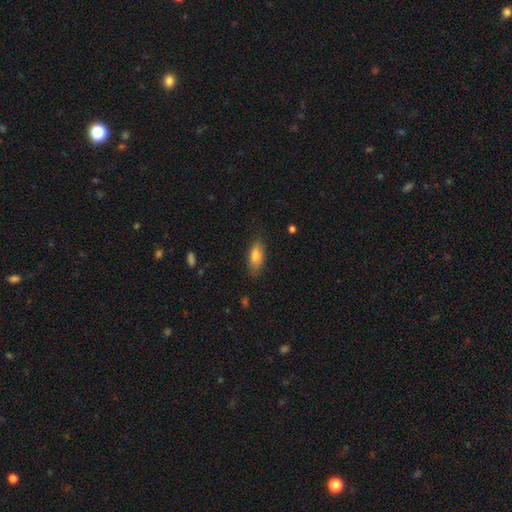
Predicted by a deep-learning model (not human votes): smooth-or-featured: smooth: 79% | featured or disk: 14% | star or artifact: 7%
  how-rounded: in between: 84% | cigar-shaped: 13% | round: 3%
  merging: none: 79% | minor disturbance: 16% | major disturbance: 3% | merger: 1%